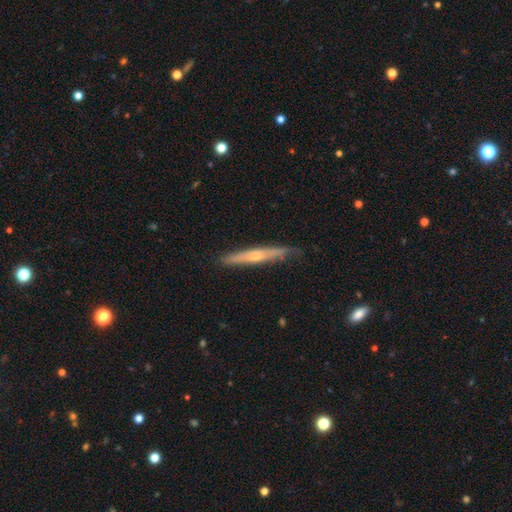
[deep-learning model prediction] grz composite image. It shows a featured or disk galaxy (58%) viewed edge-on (93%) with a rounded central bulge (69%). Merging: none (80%).